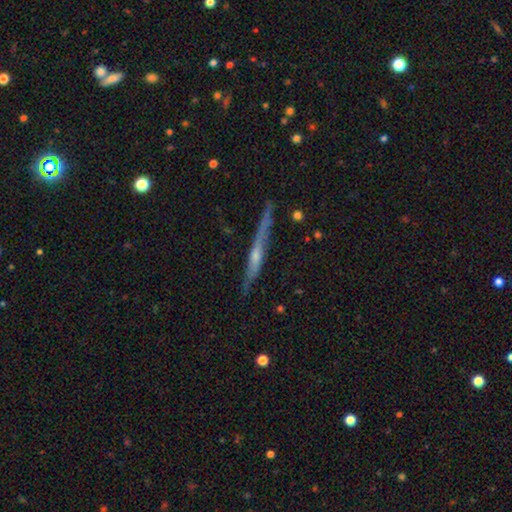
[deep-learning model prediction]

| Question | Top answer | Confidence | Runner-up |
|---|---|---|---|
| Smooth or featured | featured or disk | 66% | smooth (26%) |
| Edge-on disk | yes | 94% | no (6%) |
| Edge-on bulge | rounded | 52% | none (40%) |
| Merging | none | 75% | minor disturbance (18%) |